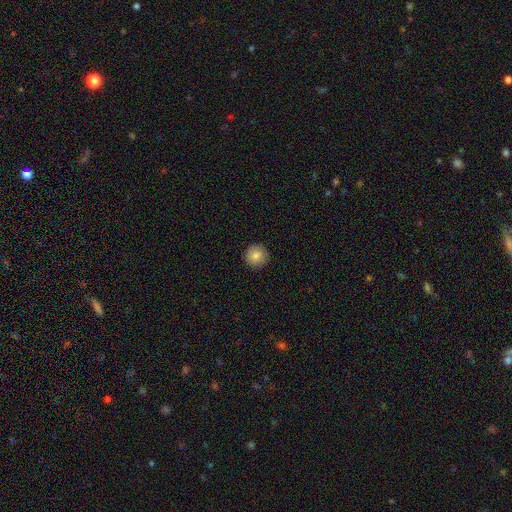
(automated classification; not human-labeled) A smooth galaxy with no disk features (83%) that is round (95%). Merging: none (92%).